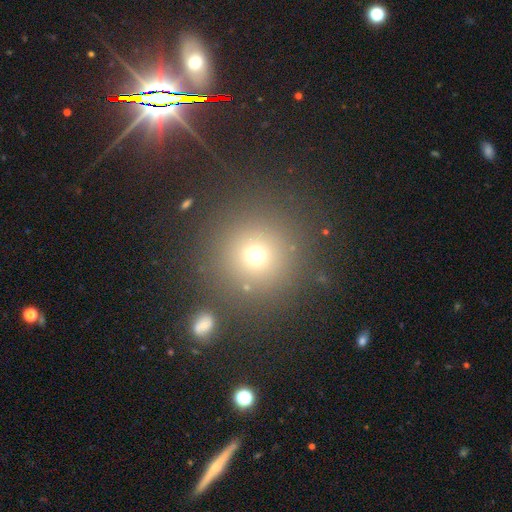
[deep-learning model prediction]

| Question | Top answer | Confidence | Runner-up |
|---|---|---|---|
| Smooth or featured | smooth | 69% | star or artifact (21%) |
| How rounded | round | 94% | in between (5%) |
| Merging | none | 82% | minor disturbance (8%) |